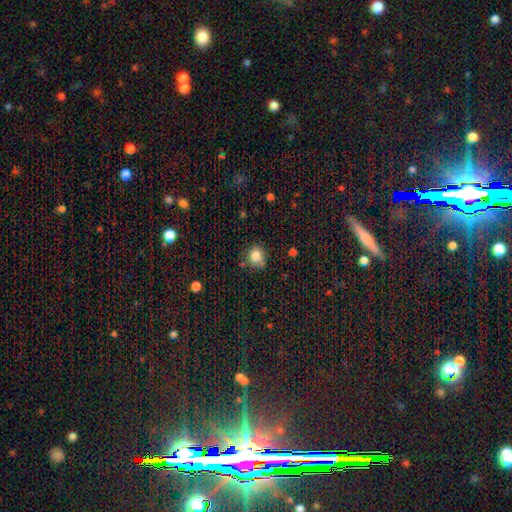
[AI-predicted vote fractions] Smooth or featured? Predicted: smooth (p=0.83). How rounded? Predicted: round (p=0.68). Merging? Predicted: none (p=0.68).